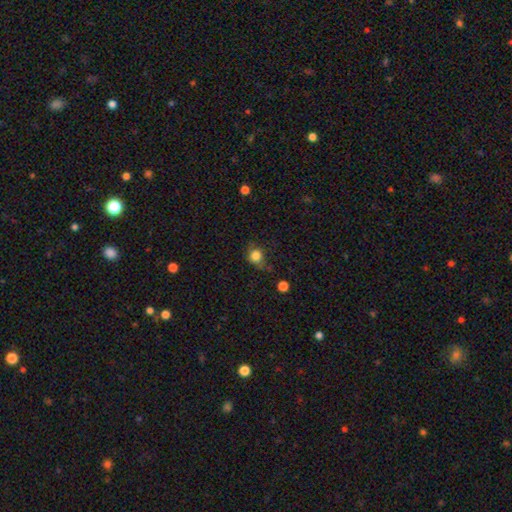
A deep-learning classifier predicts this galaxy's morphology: type=smooth (82%); roundness=round (81%); merging=none (63%).